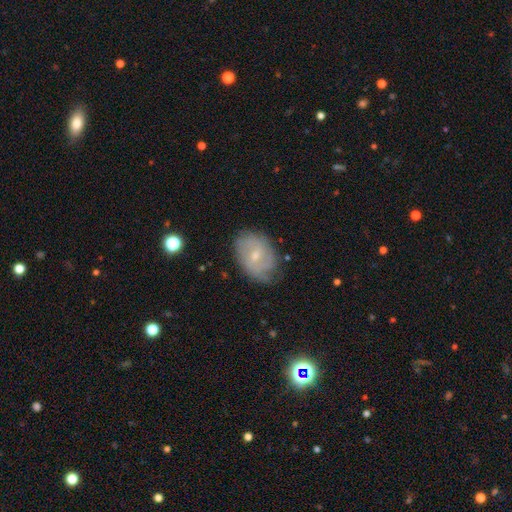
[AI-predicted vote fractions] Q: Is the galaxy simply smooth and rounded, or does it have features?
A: featured or disk — 57%.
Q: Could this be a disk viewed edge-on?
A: no — 96%.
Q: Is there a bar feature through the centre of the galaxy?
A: no — 51%.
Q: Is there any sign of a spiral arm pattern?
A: yes — 78%.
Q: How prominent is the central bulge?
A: small — 61%.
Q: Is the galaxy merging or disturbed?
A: none — 66%.